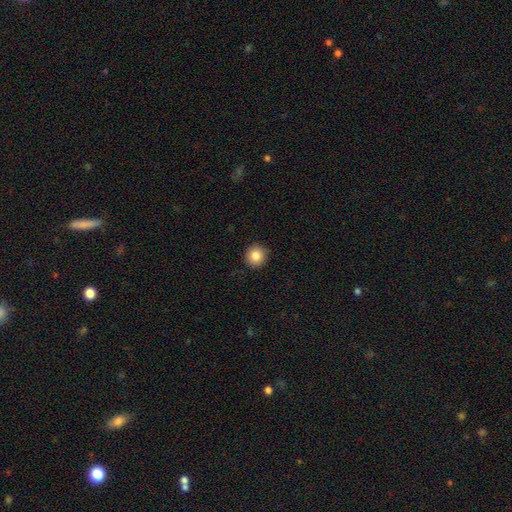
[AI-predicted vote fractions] The model was most divided on "smooth or featured": smooth: 85%, star or artifact: 9%, featured or disk: 6%. More confident: how rounded — round (93%); merging — none (92%).